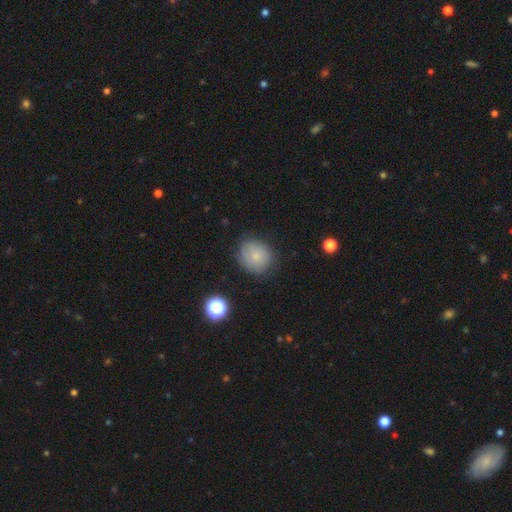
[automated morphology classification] Overall: smooth (76%). How rounded: round (79%). Merging: none (76%).